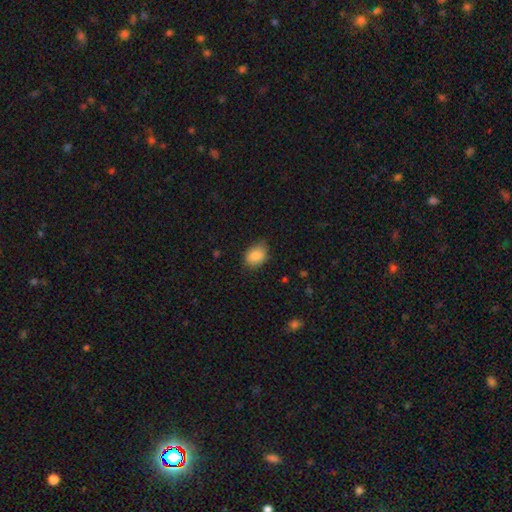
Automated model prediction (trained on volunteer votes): Overall: smooth (86%). How rounded: in between (73%). Merging: none (76%).